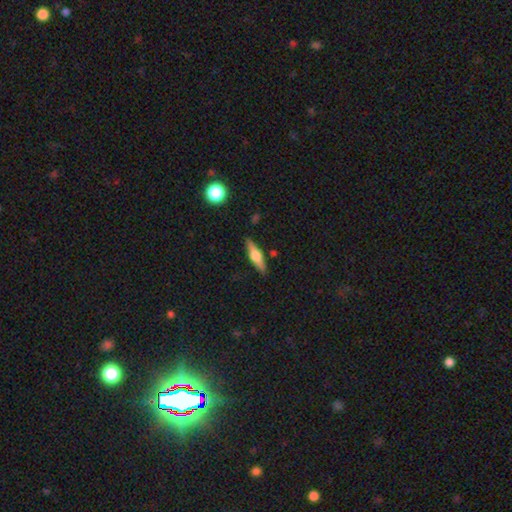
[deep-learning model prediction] Smooth or featured: featured or disk — 58% (smooth — 35%)
Edge-on disk: yes — 95% (no — 5%)
Edge-on bulge: rounded — 91% (boxy — 7%)
Merging: none — 88% (minor disturbance — 8%)